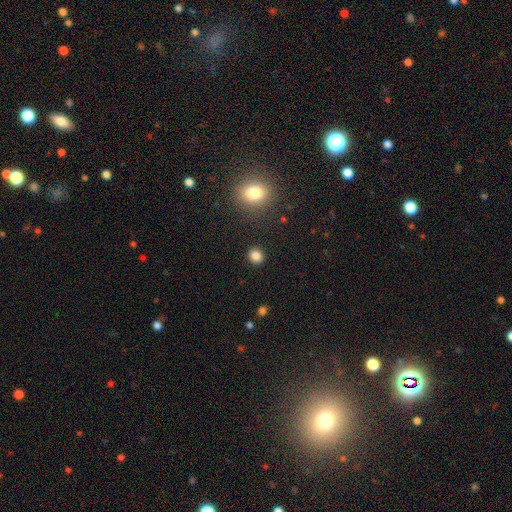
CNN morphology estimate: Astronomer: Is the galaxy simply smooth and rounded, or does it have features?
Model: smooth — 84%.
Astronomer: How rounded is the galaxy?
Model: round — 79%.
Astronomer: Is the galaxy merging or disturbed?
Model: none — 90%.